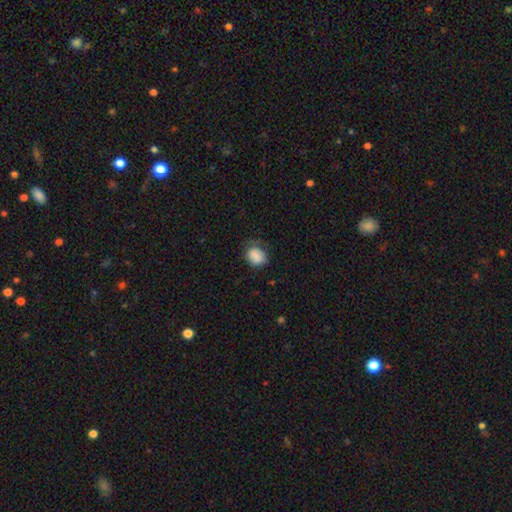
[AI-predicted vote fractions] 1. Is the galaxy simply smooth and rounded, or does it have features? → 83% smooth, 9% featured or disk, 8% star or artifact.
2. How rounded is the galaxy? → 53% round, 46% in between, 1% cigar-shaped.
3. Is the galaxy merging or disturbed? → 53% none, 30% minor disturbance, 15% major disturbance, 2% merger.